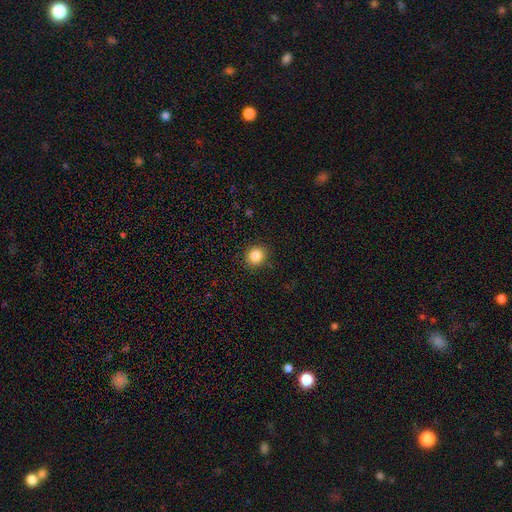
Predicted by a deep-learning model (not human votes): Overall: smooth (85%). How rounded: round (80%). Merging: none (89%).